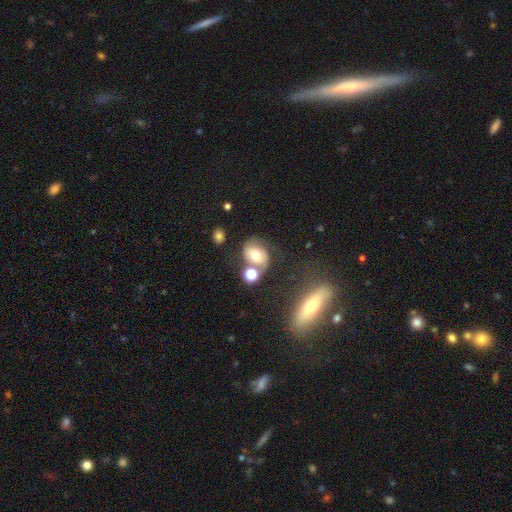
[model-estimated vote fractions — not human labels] Smooth or featured? Predicted: featured or disk (p=0.44). Merging? Predicted: none (p=0.44).